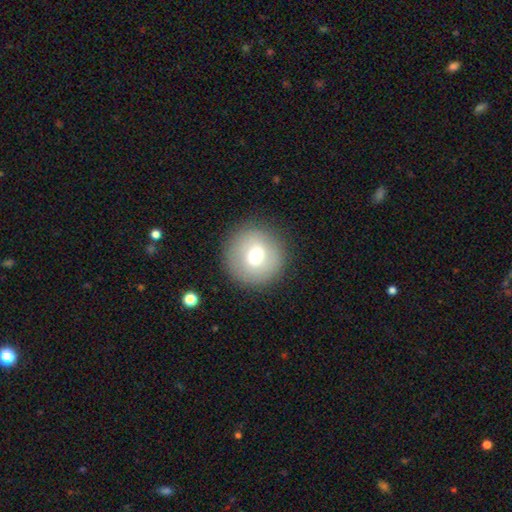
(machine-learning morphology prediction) A smooth galaxy with no disk features (69%) that is round (95%).

Vote fractions:
- Smooth or featured? smooth: 69% / featured or disk: 19% / star or artifact: 12%
- How rounded? round: 95% / in between: 4% / cigar-shaped: 1%
- Merging? none: 89% / minor disturbance: 7% / major disturbance: 3% / merger: 1%